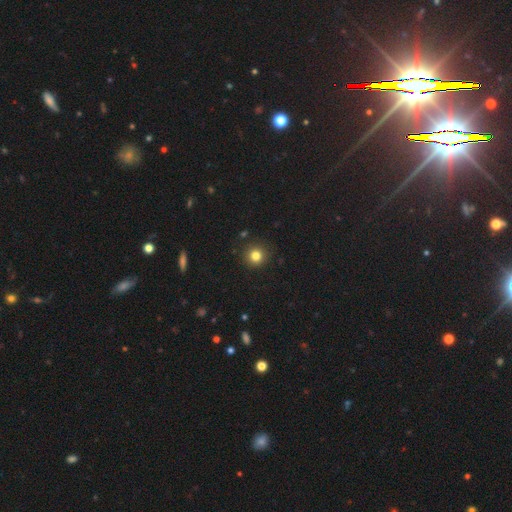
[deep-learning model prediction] smooth 82%, star or artifact 13%, featured or disk 6%. Down the decision tree: how rounded — round (94%); merging — none (91%).